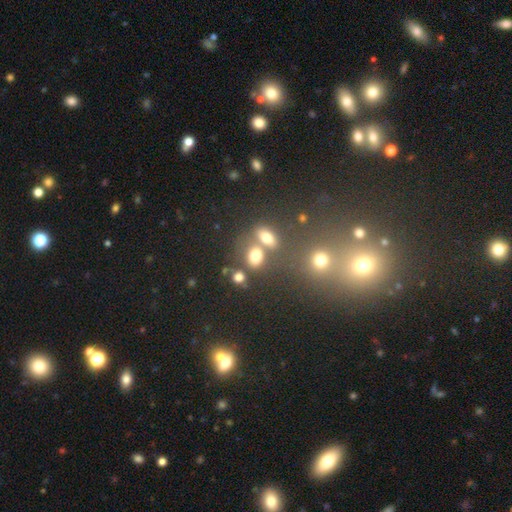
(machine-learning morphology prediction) A smooth galaxy with no disk features (73%) that is in between round and cigar-shaped (58%). Merging: none (48%).